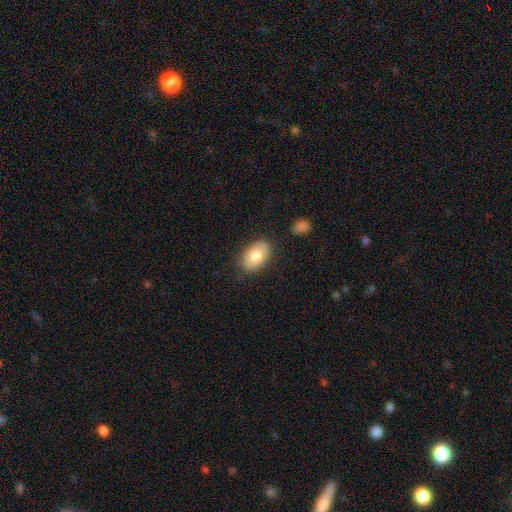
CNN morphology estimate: Smooth or featured: smooth — 78% (featured or disk — 16%)
How rounded: in between — 90% (round — 9%)
Merging: none — 82% (minor disturbance — 12%)